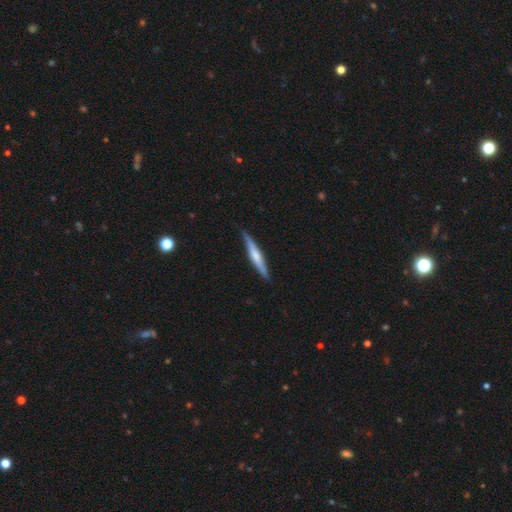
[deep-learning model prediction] featured or disk 48%, smooth 47%, star or artifact 5%. Down the decision tree: merging — none (86%).